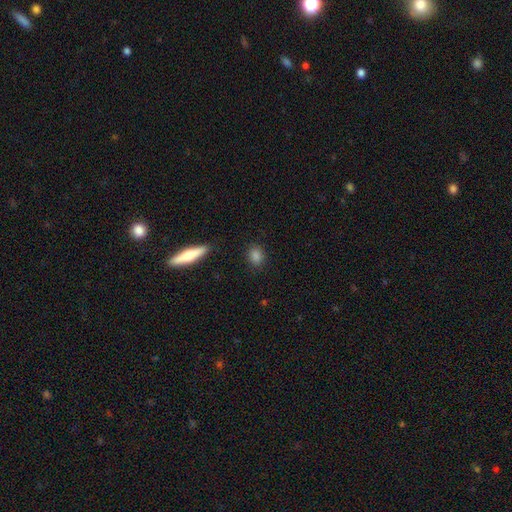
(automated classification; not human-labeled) smooth 85%, star or artifact 9%, featured or disk 5%. Down the decision tree: how rounded — in between (59%); merging — none (87%).